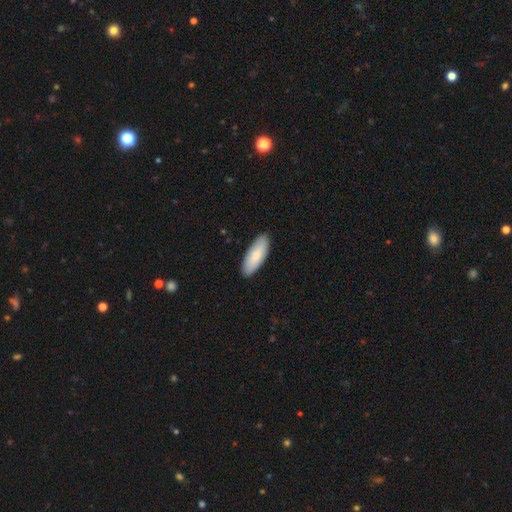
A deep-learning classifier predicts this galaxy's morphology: Smooth or featured? Predicted: smooth (p=0.81). How rounded? Predicted: in between (p=0.76). Merging? Predicted: none (p=0.90).